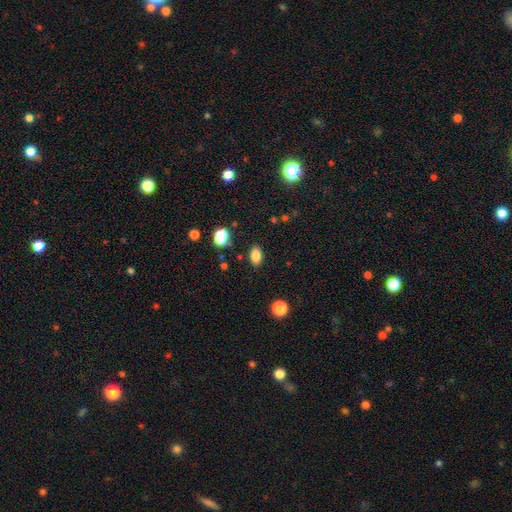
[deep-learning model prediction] This appears to be a smooth galaxy with no disk features (82%) that is in between round and cigar-shaped (87%). Merging: none (86%).